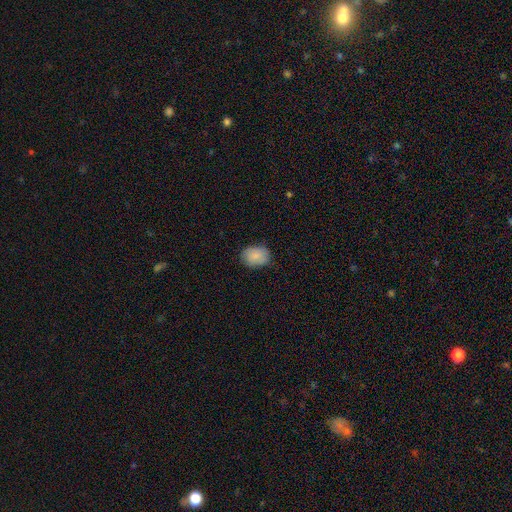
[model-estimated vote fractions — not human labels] A smooth galaxy with no disk features (86%) that is in between round and cigar-shaped (57%). Merging: none (80%).